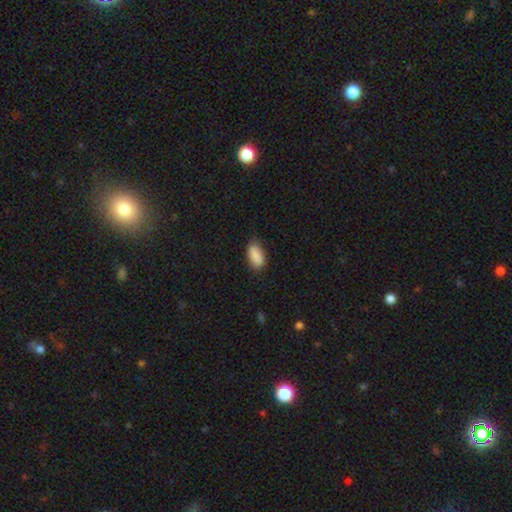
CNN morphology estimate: Smooth or featured? Predicted: smooth (p=0.88). How rounded? Predicted: in between (p=0.88). Merging? Predicted: none (p=0.70).